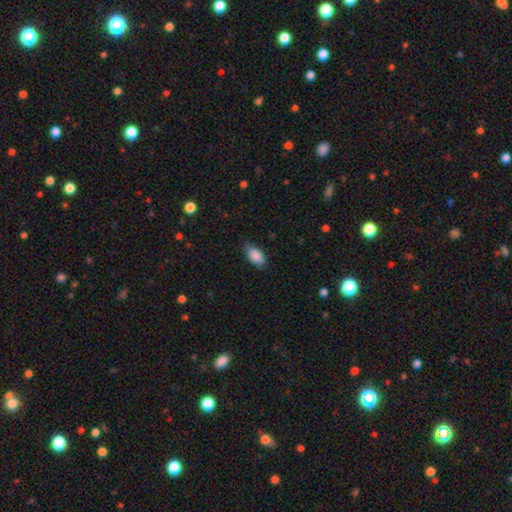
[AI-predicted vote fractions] Smooth or featured?
  - smooth: 87% *
  - star or artifact: 7%
  - featured or disk: 7%
How rounded?
  - in between: 92% *
  - cigar-shaped: 5%
  - round: 3%
Merging?
  - none: 77% *
  - minor disturbance: 19%
  - major disturbance: 3%
  - merger: 1%